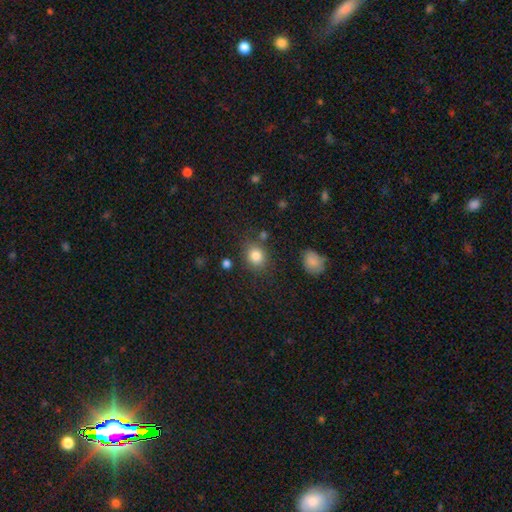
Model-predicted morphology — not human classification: type=smooth (84%); roundness=round (71%); merging=none (79%).